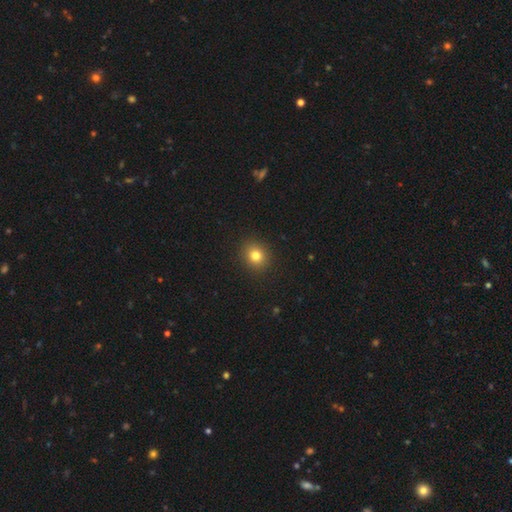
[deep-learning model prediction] Smooth or featured: smooth — 80% (star or artifact — 13%)
How rounded: round — 79% (in between — 20%)
Merging: none — 91% (minor disturbance — 6%)